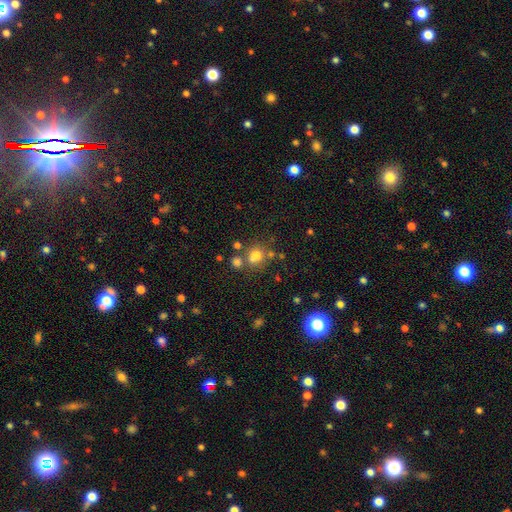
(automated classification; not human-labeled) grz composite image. It shows a smooth galaxy with no disk features (71%) that is round (79%). Merging: none (57%).